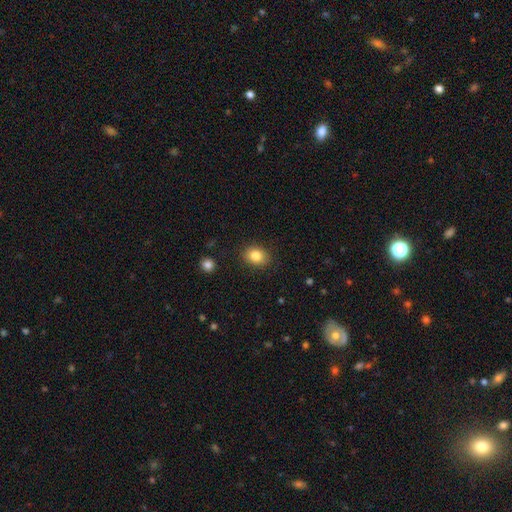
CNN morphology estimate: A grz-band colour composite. It shows a smooth galaxy with no disk features (84%) that is in between round and cigar-shaped (57%). Merging: none (87%).